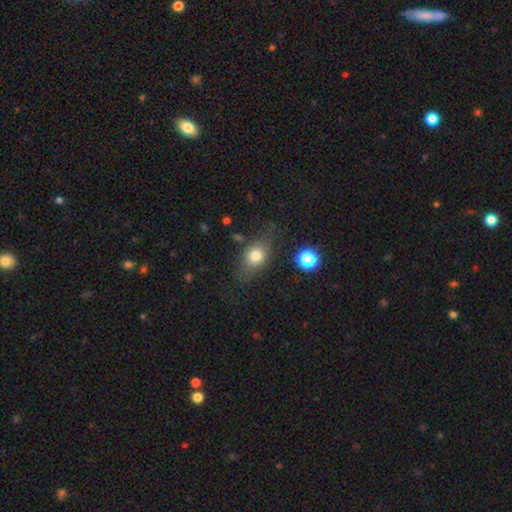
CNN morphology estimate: Q: Smooth or featured?
A: smooth (74%); runner-up: featured or disk (15%)
Q: How rounded?
A: in between (62%); runner-up: round (34%)
Q: Merging?
A: none (67%); runner-up: minor disturbance (21%)